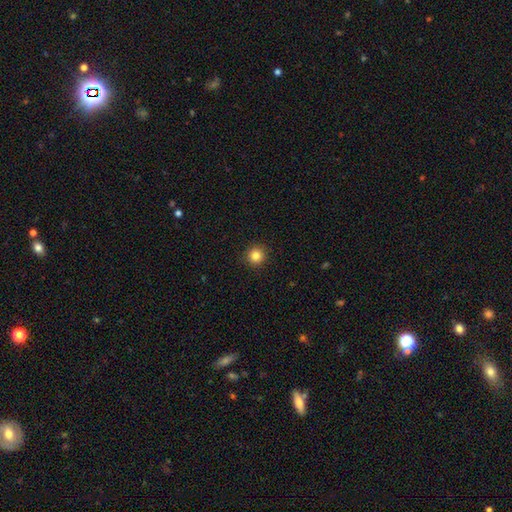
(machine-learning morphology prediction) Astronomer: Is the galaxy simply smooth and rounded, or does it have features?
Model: smooth — 84%.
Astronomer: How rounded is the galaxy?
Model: round — 94%.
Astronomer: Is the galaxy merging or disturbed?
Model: none — 92%.